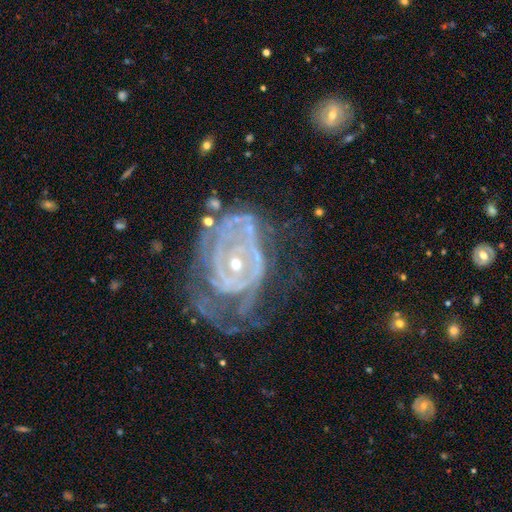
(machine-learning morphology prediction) Smooth or featured? Predicted: featured or disk (p=0.87). Edge-on disk? Predicted: no (p=0.97). Bar? Predicted: no (p=0.75). Spiral arms? Predicted: yes (p=0.84). Spiral winding? Predicted: tight (p=0.69). Spiral arm count? Predicted: can't tell (p=0.45). Bulge size? Predicted: moderate (p=0.50). Merging? Predicted: none (p=0.37).